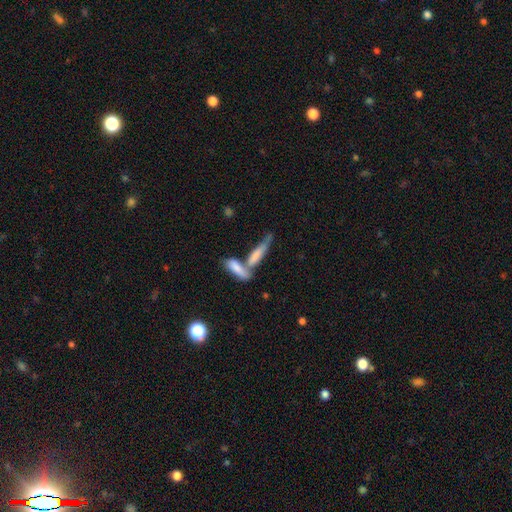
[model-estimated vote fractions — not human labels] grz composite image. It shows a smooth galaxy with no disk features (69%) that is cigar-shaped (70%). Merging: merger (54%).